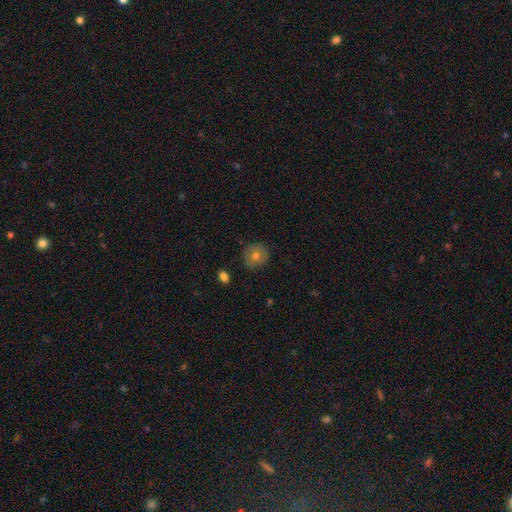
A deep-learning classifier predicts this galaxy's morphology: A smooth galaxy with no disk features (64%) that is round (89%). Merging: none (86%).